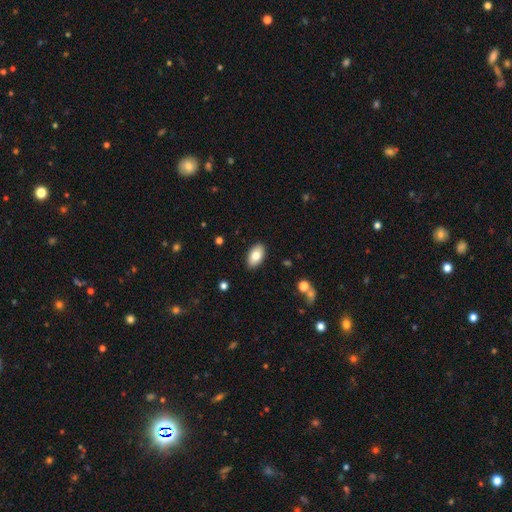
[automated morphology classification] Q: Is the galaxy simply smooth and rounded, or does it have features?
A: smooth — 81%.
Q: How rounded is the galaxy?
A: in between — 94%.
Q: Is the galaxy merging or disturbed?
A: none — 89%.